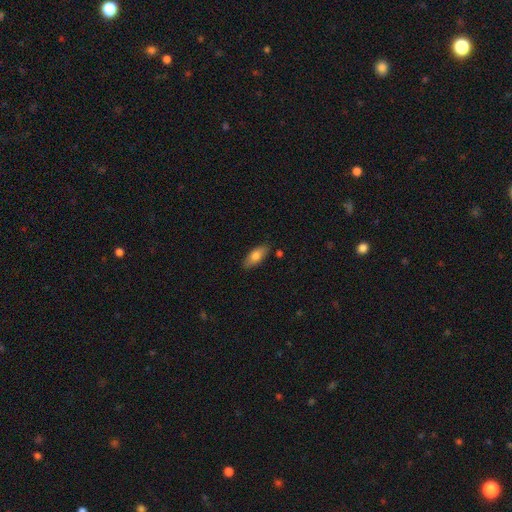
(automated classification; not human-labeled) Q: Smooth or featured?
A: smooth (76%); runner-up: featured or disk (17%)
Q: How rounded?
A: in between (78%); runner-up: cigar-shaped (19%)
Q: Merging?
A: none (84%); runner-up: minor disturbance (12%)